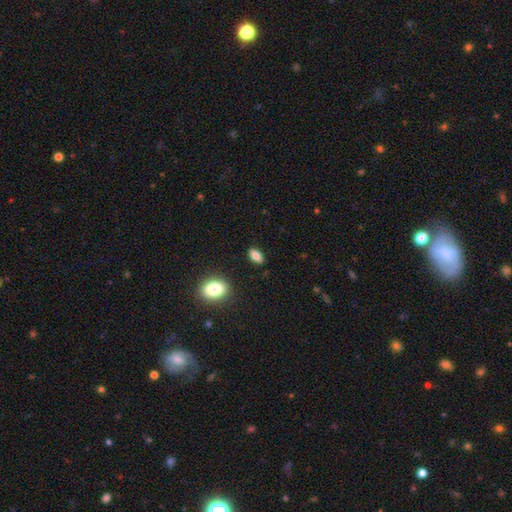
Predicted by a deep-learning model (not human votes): Smooth or featured?
  - smooth: 81% *
  - featured or disk: 11%
  - star or artifact: 9%
How rounded?
  - in between: 87% *
  - round: 7%
  - cigar-shaped: 7%
Merging?
  - none: 87% *
  - minor disturbance: 9%
  - major disturbance: 2%
  - merger: 2%